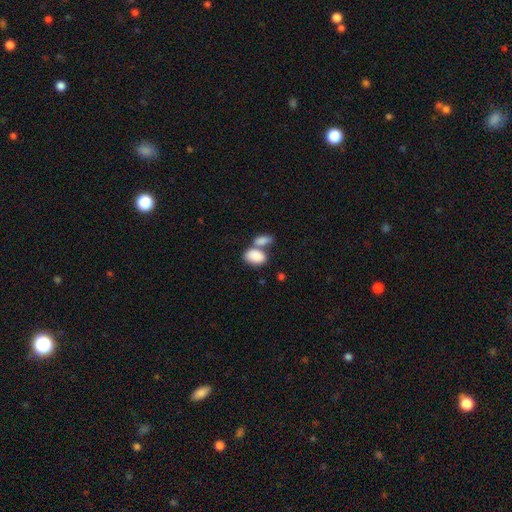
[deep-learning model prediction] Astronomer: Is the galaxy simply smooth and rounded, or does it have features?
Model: smooth — 85%.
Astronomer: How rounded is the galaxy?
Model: in between — 93%.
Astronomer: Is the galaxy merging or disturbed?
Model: merger — 57%.